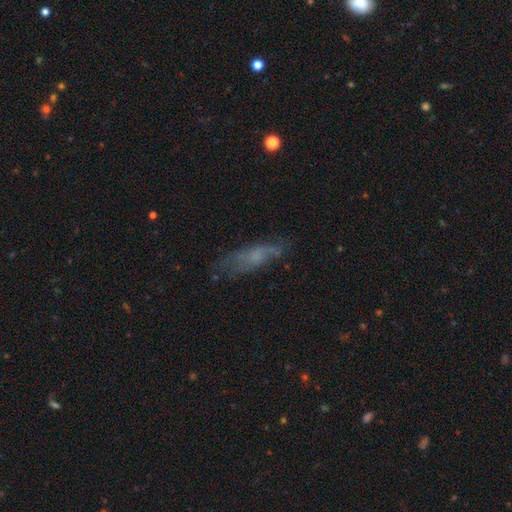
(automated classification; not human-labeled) Smooth or featured? Predicted: smooth (p=0.49). Merging? Predicted: none (p=0.59).